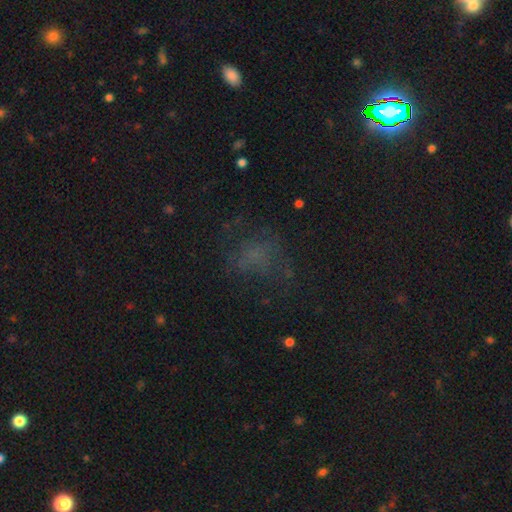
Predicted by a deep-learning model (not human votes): smooth-or-featured: smooth: 39% | star or artifact: 36% | featured or disk: 26%
  merging: none: 53% | major disturbance: 25% | minor disturbance: 19% | merger: 2%